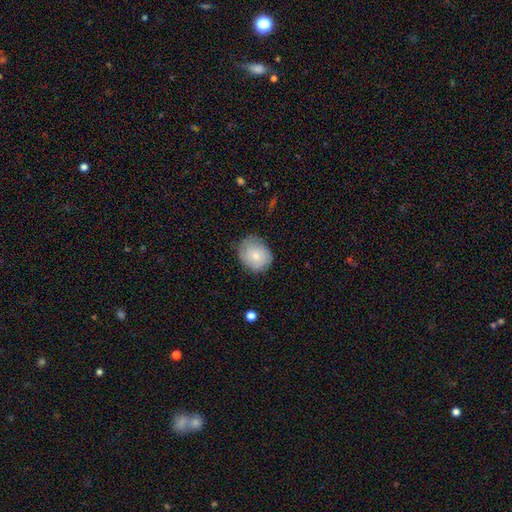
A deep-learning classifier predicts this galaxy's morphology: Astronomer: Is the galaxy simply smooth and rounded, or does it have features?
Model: smooth — 73%.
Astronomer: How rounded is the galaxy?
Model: round — 65%.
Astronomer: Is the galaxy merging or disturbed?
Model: none — 71%.